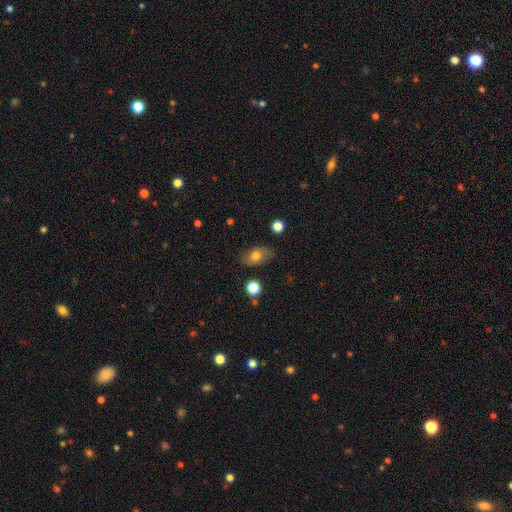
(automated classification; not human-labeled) Smooth or featured?
  - smooth: 74% *
  - featured or disk: 17%
  - star or artifact: 9%
How rounded?
  - in between: 87% *
  - round: 10%
  - cigar-shaped: 3%
Merging?
  - none: 80% *
  - minor disturbance: 15%
  - major disturbance: 4%
  - merger: 2%